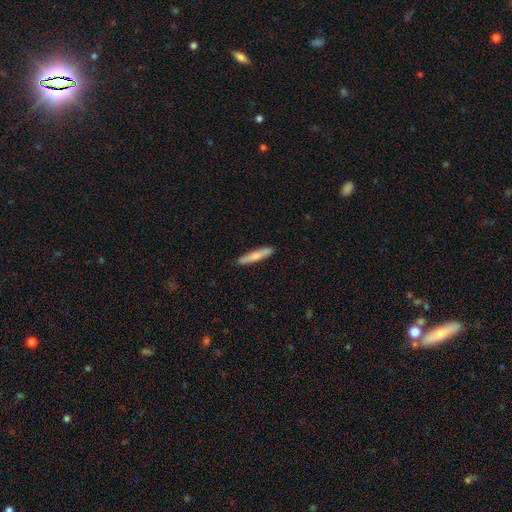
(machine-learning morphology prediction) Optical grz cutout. It shows a smooth galaxy with no disk features (72%) that is cigar-shaped (91%). Merging: none (90%).